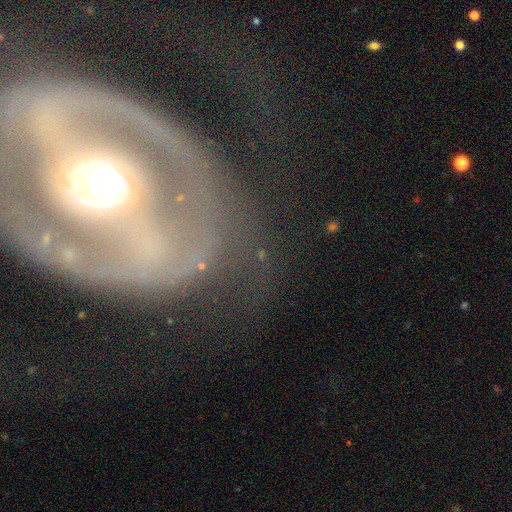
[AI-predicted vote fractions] Smooth or featured? featured or disk (84%)
Edge-on disk? no (96%)
Bar? no (62%)
Spiral arms? yes (83%)
Spiral winding? tight (49%)
Spiral arm count? 2 (59%)
Bulge size? moderate (48%)
Merging? none (54%)